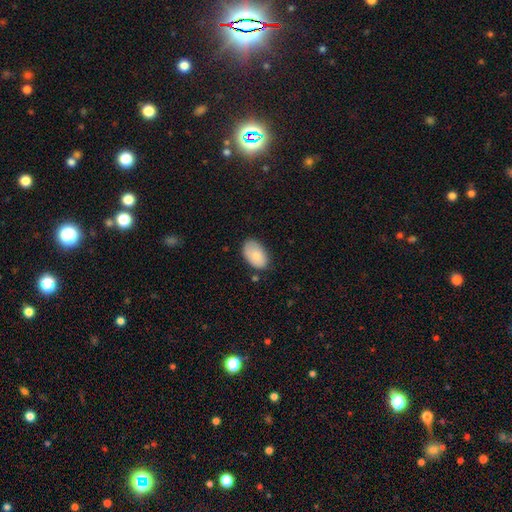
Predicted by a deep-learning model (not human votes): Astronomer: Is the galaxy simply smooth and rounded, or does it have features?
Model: smooth — 83%.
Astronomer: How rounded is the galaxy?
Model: in between — 93%.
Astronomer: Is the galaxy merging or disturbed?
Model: none — 71%.